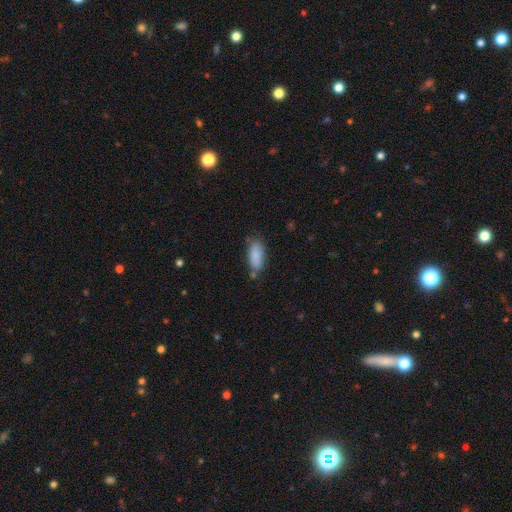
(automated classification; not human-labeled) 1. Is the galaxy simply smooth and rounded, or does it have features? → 86% smooth, 7% star or artifact, 7% featured or disk.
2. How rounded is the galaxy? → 83% in between, 15% cigar-shaped, 2% round.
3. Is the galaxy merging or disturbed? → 65% none, 23% minor disturbance, 7% merger, 5% major disturbance.